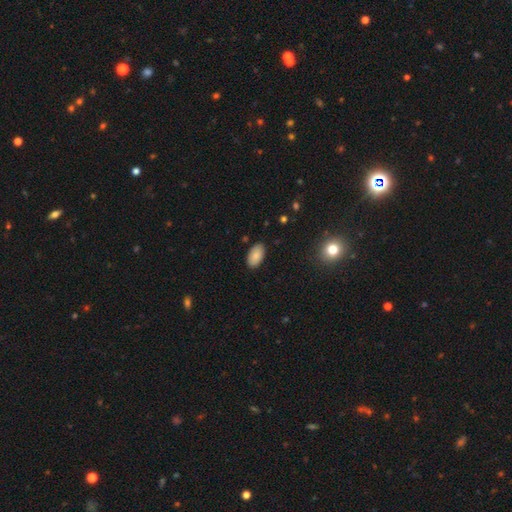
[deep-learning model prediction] A smooth galaxy with no disk features (85%) that is in between round and cigar-shaped (95%).

Vote fractions:
- Smooth or featured? smooth: 85% / star or artifact: 8% / featured or disk: 7%
- How rounded? in between: 95% / round: 3% / cigar-shaped: 2%
- Merging? none: 87% / minor disturbance: 9% / major disturbance: 2% / merger: 1%